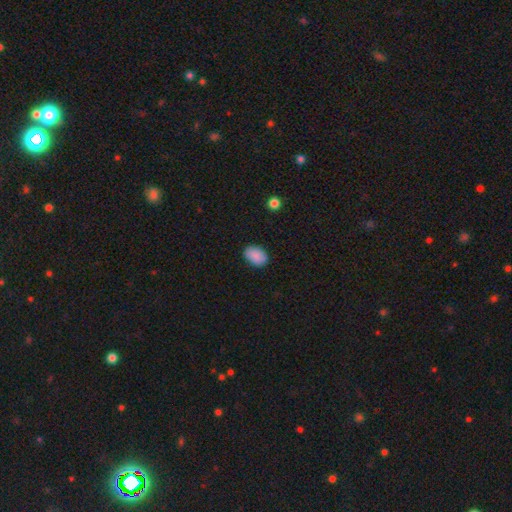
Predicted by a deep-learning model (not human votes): Overall: smooth (89%). How rounded: in between (84%). Merging: none (84%).